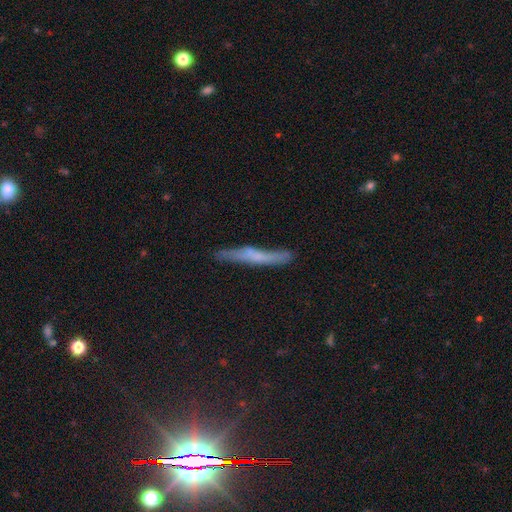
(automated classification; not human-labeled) A smooth galaxy with no disk features (46%). Merging: none (76%).